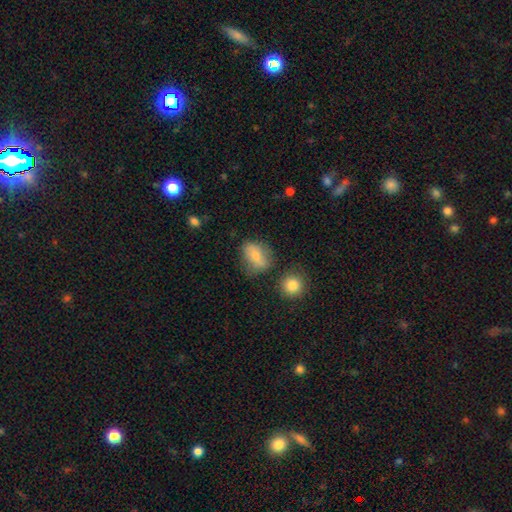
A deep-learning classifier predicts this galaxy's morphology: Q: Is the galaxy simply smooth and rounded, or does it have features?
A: smooth — 70%.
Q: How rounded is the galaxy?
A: in between — 69%.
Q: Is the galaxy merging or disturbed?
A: none — 59%.